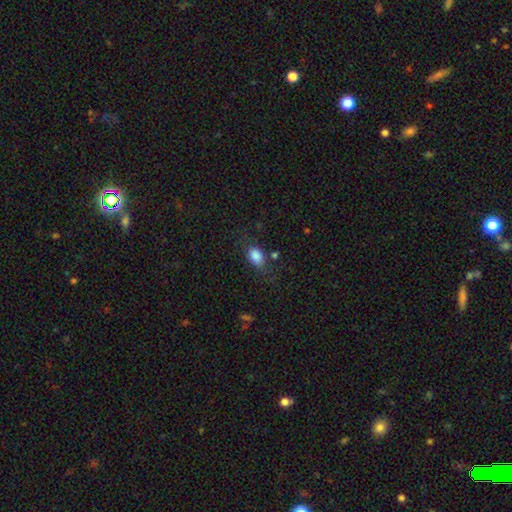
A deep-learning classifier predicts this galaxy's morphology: Smooth or featured?
  - smooth: 85% *
  - star or artifact: 9%
  - featured or disk: 6%
How rounded?
  - in between: 79% *
  - round: 19%
  - cigar-shaped: 2%
Merging?
  - none: 68% *
  - minor disturbance: 19%
  - major disturbance: 8%
  - merger: 4%